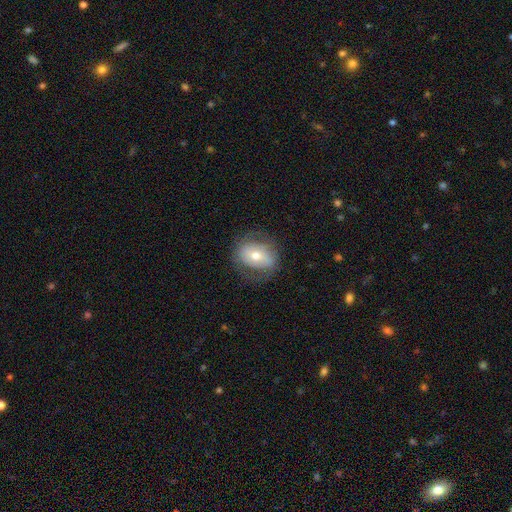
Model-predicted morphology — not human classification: A smooth galaxy with no disk features (51%) that is in between round and cigar-shaped (58%). Merging: none (69%).